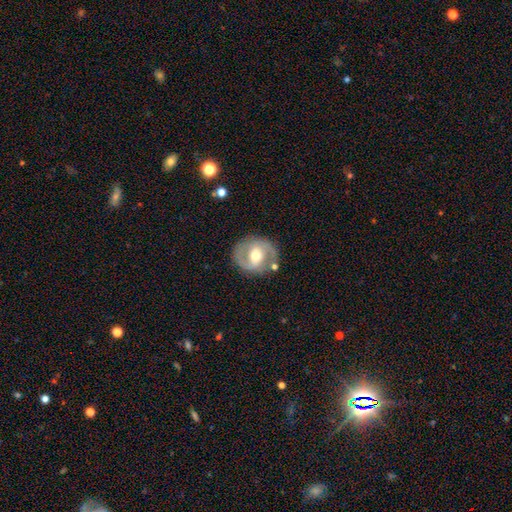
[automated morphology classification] A featured or disk galaxy (81%) with a weak bar (43%), 2 (89%) medium (54%) spiral arms (89%) and a moderate central bulge (70%).

Vote fractions:
- Smooth or featured? featured or disk: 81% / smooth: 14% / star or artifact: 5%
- Edge-on disk? no: 97% / yes: 3%
- Bar? weak: 43% / no: 31% / strong: 25%
- Spiral arms? yes: 89% / no: 11%
- Spiral winding? medium: 54% / tight: 28% / loose: 18%
- Spiral arm count? 2: 89% / can't tell: 5% / 1: 4% / 3: 1% / 4: 1% / more than 4: 1%
- Bulge size? moderate: 70% / small: 22% / large: 6% / dominant: 1% / none: 1%
- Merging? none: 80% / minor disturbance: 12% / major disturbance: 5% / merger: 3%